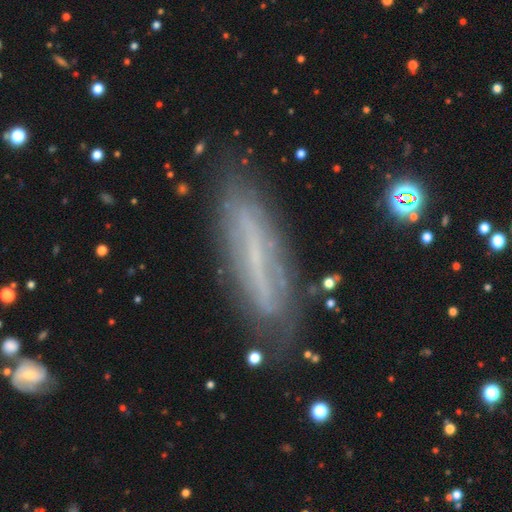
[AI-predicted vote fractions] Smooth or featured?
  - featured or disk: 57% *
  - smooth: 33%
  - star or artifact: 11%
Edge-on disk?
  - yes: 58% *
  - no: 42%
Merging?
  - none: 77% *
  - minor disturbance: 15%
  - major disturbance: 5%
  - merger: 2%